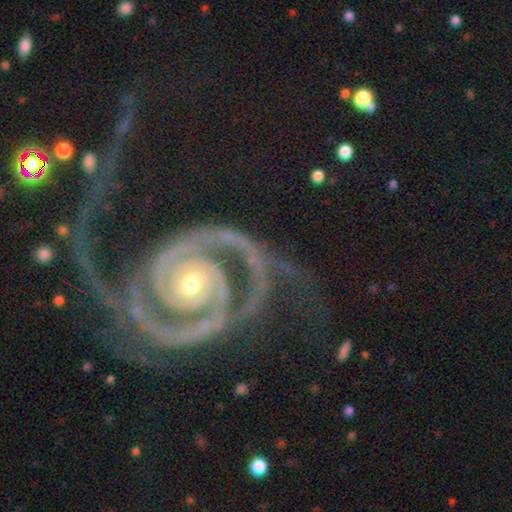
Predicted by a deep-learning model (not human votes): Smooth or featured? featured or disk (92%)
Edge-on disk? no (98%)
Bar? no (66%)
Spiral arms? yes (99%)
Spiral winding? tight (62%)
Spiral arm count? 2 (78%)
Bulge size? small (48%, tied with moderate)
Merging? none (55%)